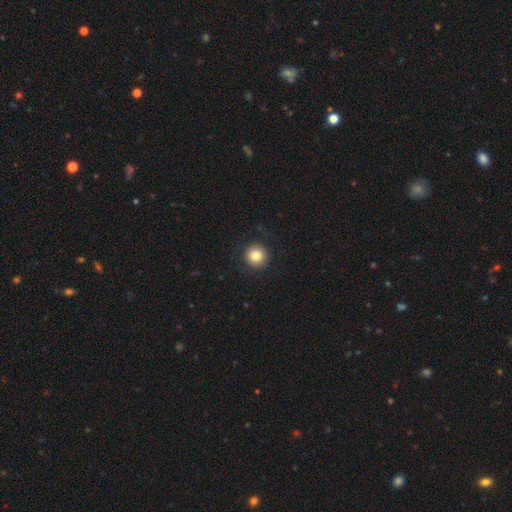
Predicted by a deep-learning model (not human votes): A smooth galaxy with no disk features (82%) that is round (94%). Merging: none (89%).